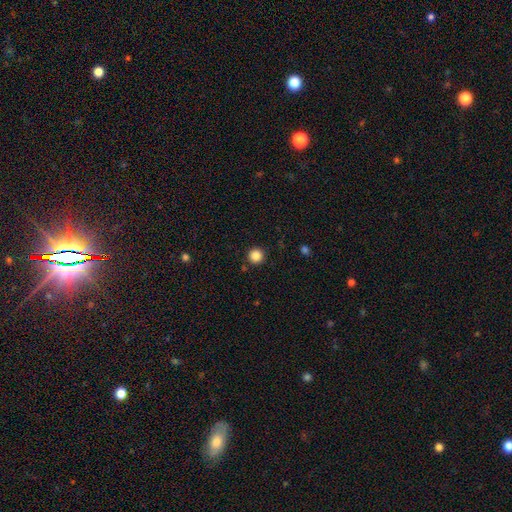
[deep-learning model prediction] Q: Smooth or featured?
A: smooth (86%); runner-up: star or artifact (11%)
Q: How rounded?
A: round (96%); runner-up: in between (3%)
Q: Merging?
A: none (91%); runner-up: minor disturbance (5%)